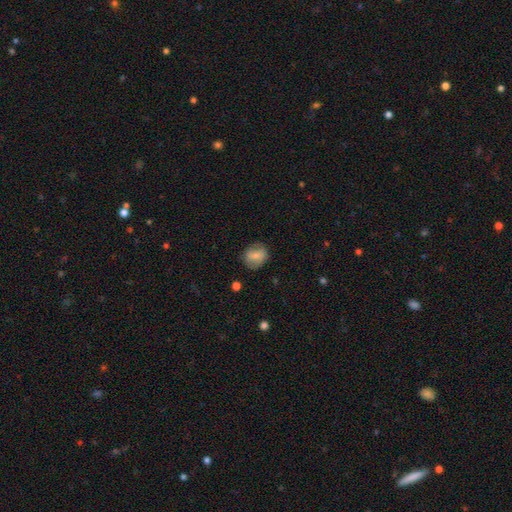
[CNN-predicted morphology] Smooth or featured? smooth (71%)
How rounded? round (65%)
Merging? none (76%)